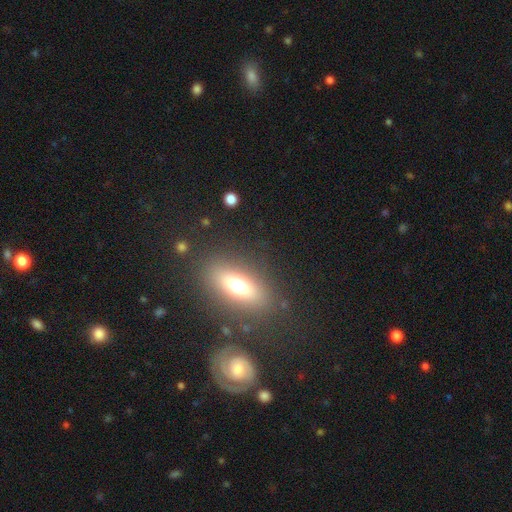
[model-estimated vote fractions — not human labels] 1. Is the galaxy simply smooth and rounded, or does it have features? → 52% smooth, 32% featured or disk, 16% star or artifact.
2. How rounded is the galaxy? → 69% in between, 24% cigar-shaped, 8% round.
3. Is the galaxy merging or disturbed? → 76% none, 11% minor disturbance, 8% merger, 5% major disturbance.